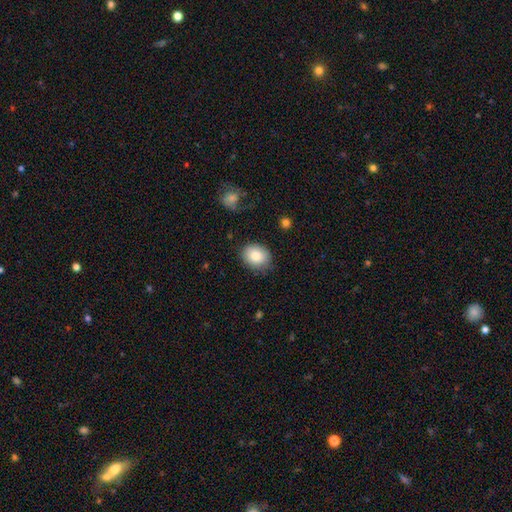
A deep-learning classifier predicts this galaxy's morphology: This appears to be a smooth galaxy with no disk features (84%) that is round (51%). Merging: none (82%).